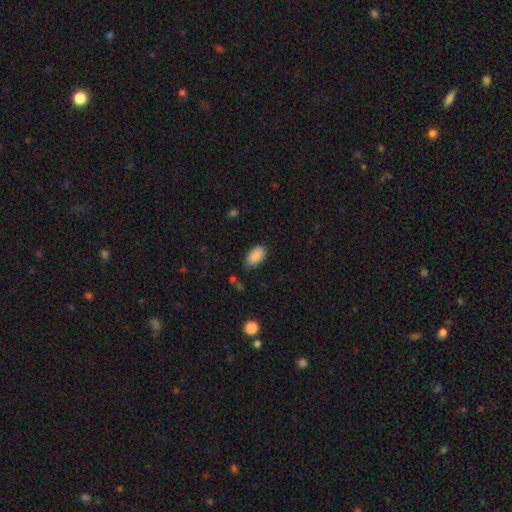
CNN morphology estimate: Smooth or featured? Predicted: smooth (p=0.88). How rounded? Predicted: in between (p=0.94). Merging? Predicted: none (p=0.79).